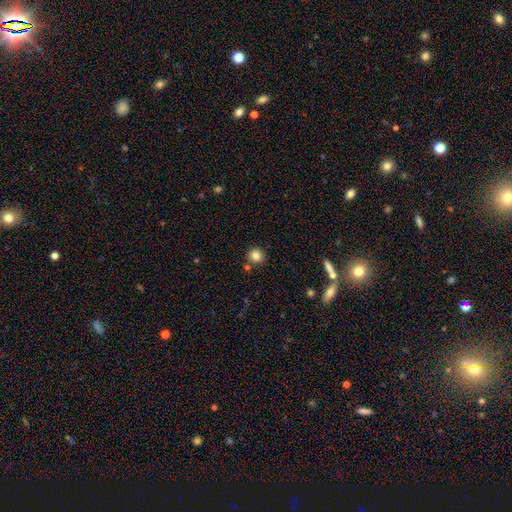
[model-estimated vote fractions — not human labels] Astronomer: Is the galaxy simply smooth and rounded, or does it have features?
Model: smooth — 82%.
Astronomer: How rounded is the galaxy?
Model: round — 89%.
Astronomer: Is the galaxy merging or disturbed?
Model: none — 80%.